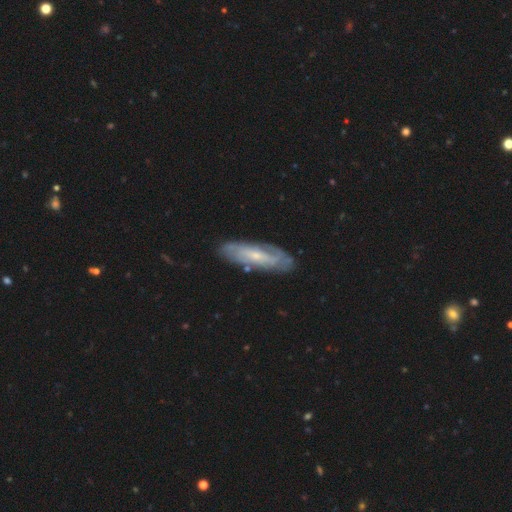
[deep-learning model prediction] The model was most divided on "bar": no: 51%, weak: 37%, strong: 12%. More confident: spiral arms — yes (79%); merging — none (78%); edge-on disk — no (77%); bulge size — small (69%); smooth or featured — featured or disk (69%).